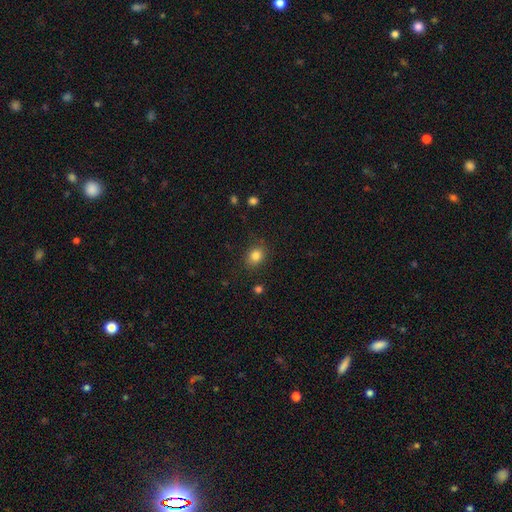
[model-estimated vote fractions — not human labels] The model was most divided on "how rounded": round: 55%, in between: 45%, cigar-shaped: 1%. More confident: smooth or featured — smooth (83%); merging — none (81%).